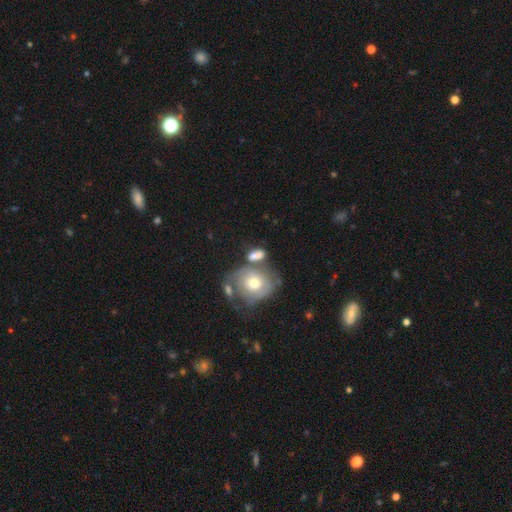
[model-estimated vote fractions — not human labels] smooth 64%, featured or disk 28%, star or artifact 9%. Down the decision tree: how rounded — in between (69%); merging — none (37%).